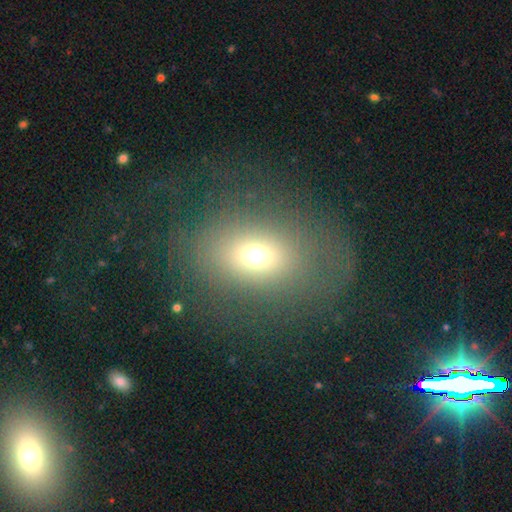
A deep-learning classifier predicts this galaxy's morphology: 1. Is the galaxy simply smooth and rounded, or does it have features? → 65% smooth, 18% star or artifact, 18% featured or disk.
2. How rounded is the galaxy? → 54% in between, 44% round, 1% cigar-shaped.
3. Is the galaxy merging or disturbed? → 65% none, 19% major disturbance, 14% minor disturbance, 2% merger.